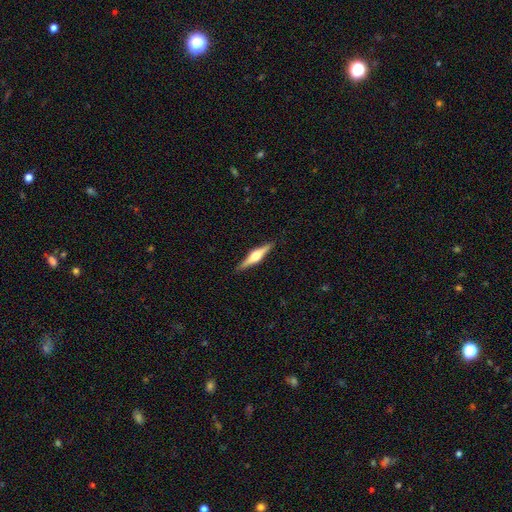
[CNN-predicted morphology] A featured or disk galaxy (74%) viewed edge-on (98%) with a rounded central bulge (93%).

Vote fractions:
- Smooth or featured? featured or disk: 74% / smooth: 21% / star or artifact: 5%
- Edge-on disk? yes: 98% / no: 2%
- Edge-on bulge? rounded: 93% / boxy: 5% / none: 2%
- Merging? none: 91% / minor disturbance: 7% / major disturbance: 1% / merger: 1%